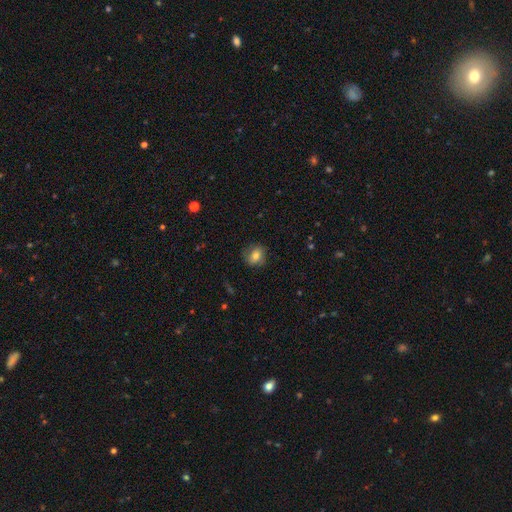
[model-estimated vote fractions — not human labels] This appears to be a smooth galaxy with no disk features (71%) that is round (68%). Merging: none (78%).